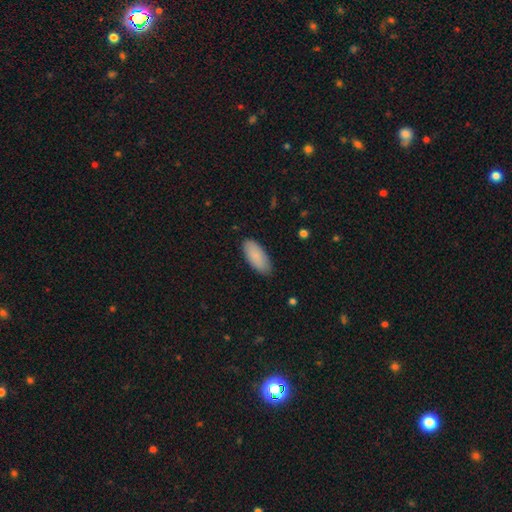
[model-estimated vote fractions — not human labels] This is clearly a smooth galaxy (88%). How rounded: clearly in between (87%). Merging: clearly none (85%).